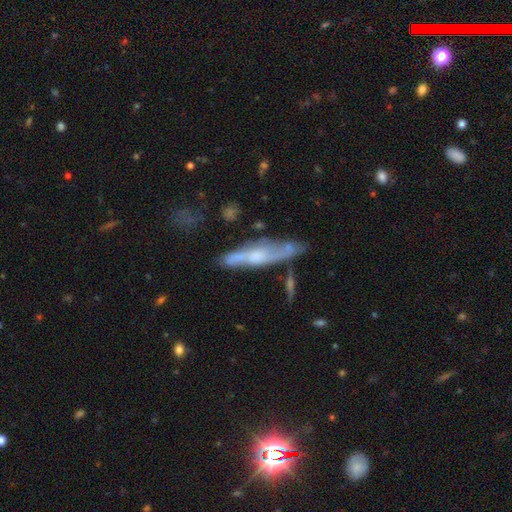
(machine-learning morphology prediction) type=featured or disk (65%); edge-on=yes (59%); merging=none (64%).